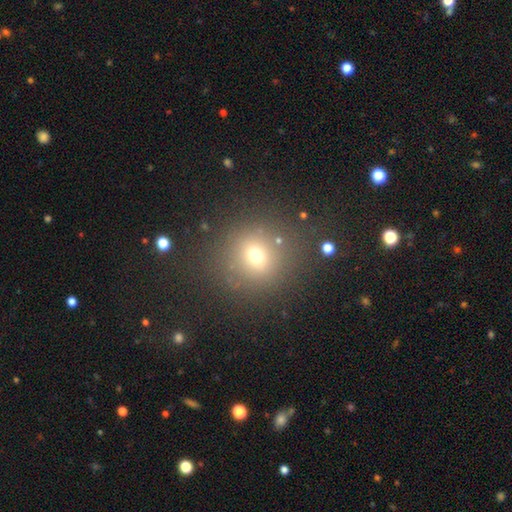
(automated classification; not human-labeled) smooth-or-featured: smooth: 68% | star or artifact: 21% | featured or disk: 11%
  how-rounded: round: 88% | in between: 11% | cigar-shaped: 1%
  merging: none: 81% | minor disturbance: 9% | major disturbance: 5% | merger: 4%